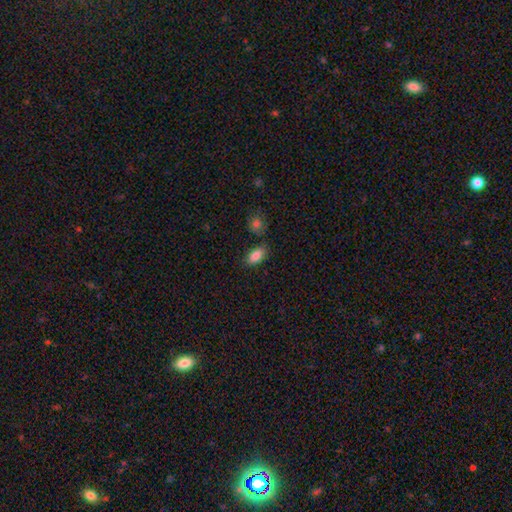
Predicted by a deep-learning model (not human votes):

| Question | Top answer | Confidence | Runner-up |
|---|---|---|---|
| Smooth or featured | smooth | 87% | star or artifact (8%) |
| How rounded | in between | 91% | round (6%) |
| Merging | none | 77% | minor disturbance (14%) |